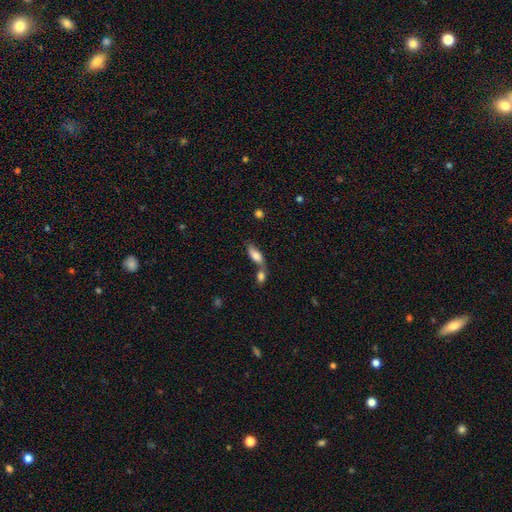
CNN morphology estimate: smooth-or-featured: smooth: 77% | featured or disk: 16% | star or artifact: 7%
  how-rounded: in between: 80% | cigar-shaped: 17% | round: 3%
  merging: merger: 49% | none: 38% | minor disturbance: 10% | major disturbance: 4%